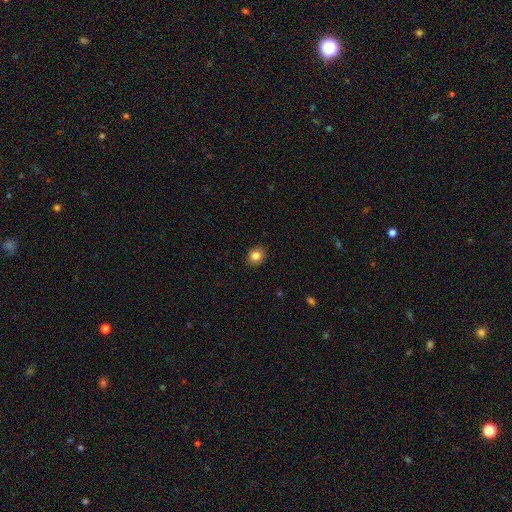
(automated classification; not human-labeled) Smooth or featured? smooth (83%)
How rounded? round (63%)
Merging? none (91%)